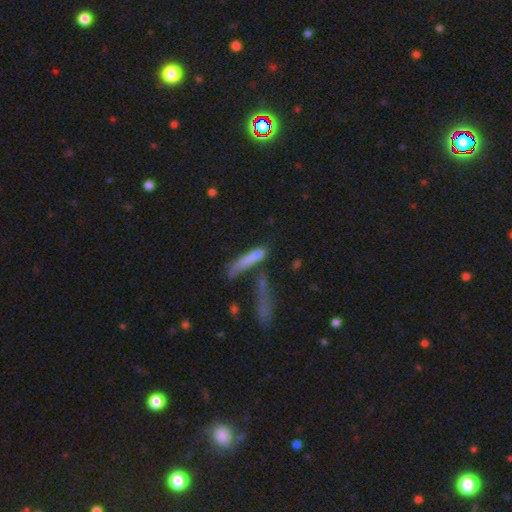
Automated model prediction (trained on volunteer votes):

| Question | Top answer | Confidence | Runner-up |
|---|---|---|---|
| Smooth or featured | smooth | 71% | featured or disk (19%) |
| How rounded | cigar-shaped | 83% | in between (14%) |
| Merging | none | 45% | merger (24%) |